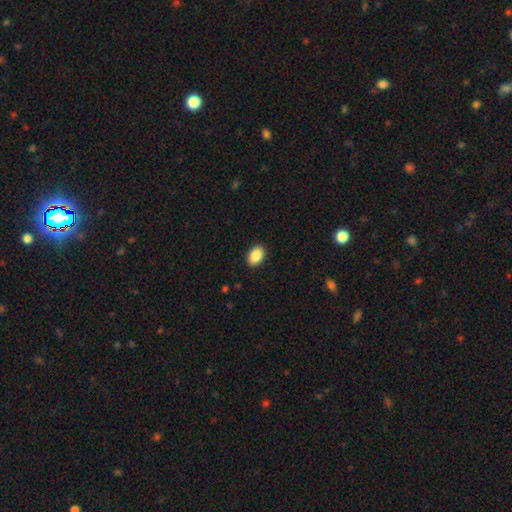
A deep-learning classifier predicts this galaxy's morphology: type=smooth (89%); roundness=in between (82%); merging=none (90%).